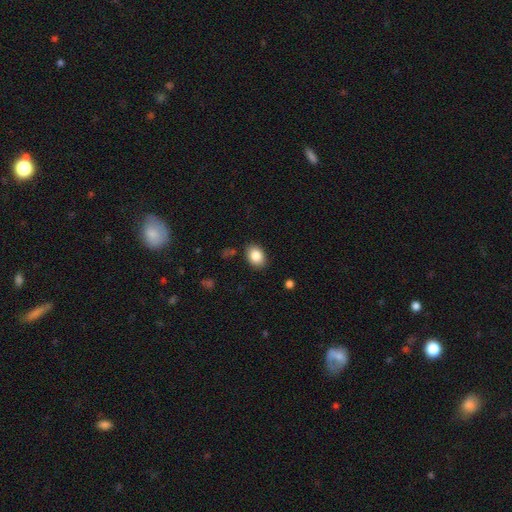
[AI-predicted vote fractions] A smooth galaxy with no disk features (85%) that is in between round and cigar-shaped (71%). Merging: none (86%).